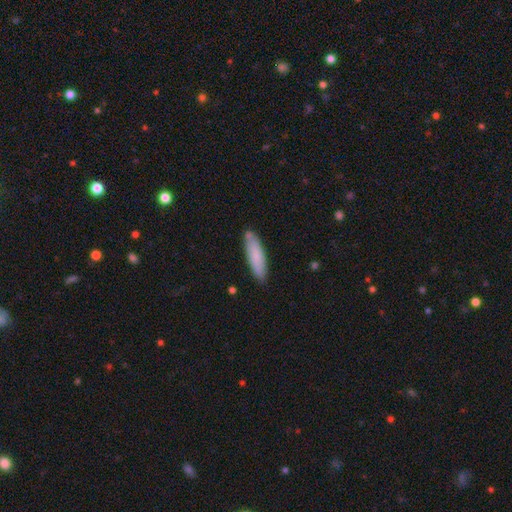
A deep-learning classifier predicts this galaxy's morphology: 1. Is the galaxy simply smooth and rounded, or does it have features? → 81% smooth, 13% featured or disk, 6% star or artifact.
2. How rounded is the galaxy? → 68% cigar-shaped, 30% in between, 1% round.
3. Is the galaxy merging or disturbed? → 82% none, 13% minor disturbance, 3% merger, 2% major disturbance.